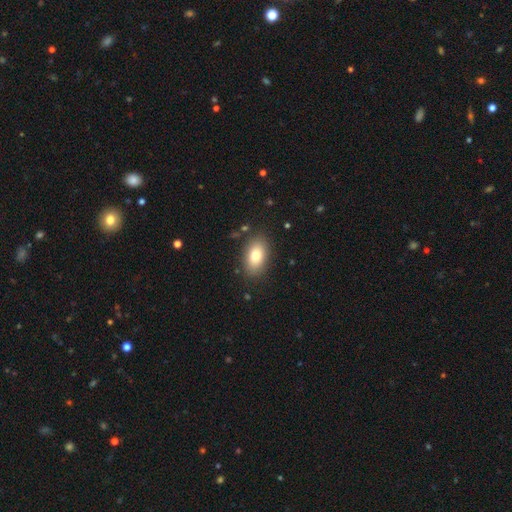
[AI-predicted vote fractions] Smooth or featured: smooth — 79% (featured or disk — 13%)
How rounded: in between — 90% (round — 8%)
Merging: none — 86% (minor disturbance — 10%)